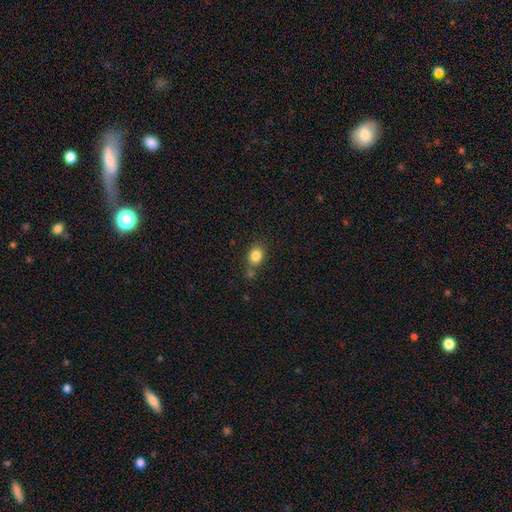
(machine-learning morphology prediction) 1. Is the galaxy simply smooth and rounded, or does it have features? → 84% smooth, 10% star or artifact, 6% featured or disk.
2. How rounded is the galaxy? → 55% in between, 44% round, 1% cigar-shaped.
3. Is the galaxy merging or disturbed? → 68% none, 15% merger, 14% minor disturbance, 4% major disturbance.